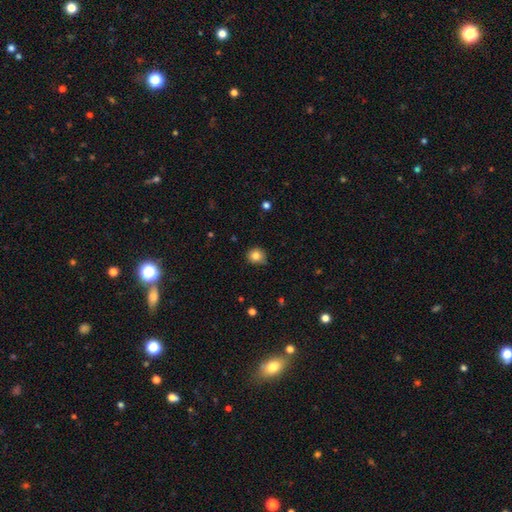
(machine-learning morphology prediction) The model was most divided on "merging": none: 73%, minor disturbance: 22%, major disturbance: 3%, merger: 2%. More confident: how rounded — round (85%); smooth or featured — smooth (82%).